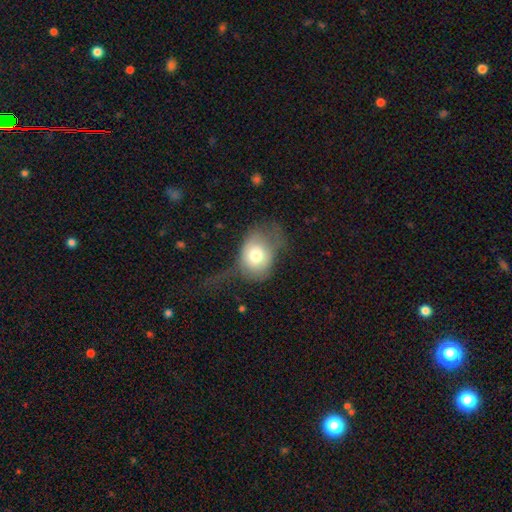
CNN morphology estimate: Smooth or featured? Predicted: smooth (p=0.68). How rounded? Predicted: in between (p=0.60). Merging? Predicted: major disturbance (p=0.41).